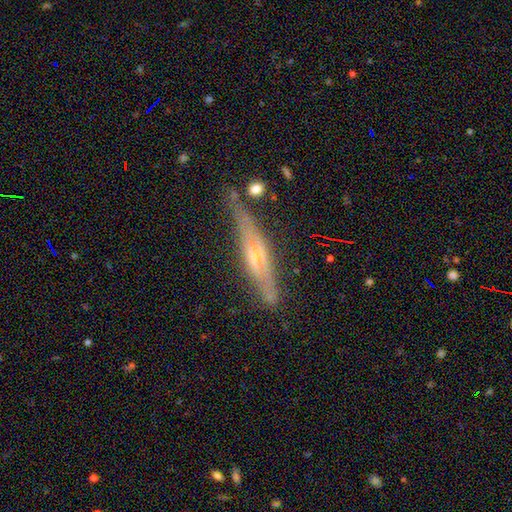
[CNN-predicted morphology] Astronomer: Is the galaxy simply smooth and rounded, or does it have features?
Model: featured or disk — 77%.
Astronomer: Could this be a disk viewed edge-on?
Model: yes — 90%.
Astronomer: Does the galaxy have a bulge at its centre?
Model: rounded — 71%.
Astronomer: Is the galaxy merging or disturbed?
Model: none — 74%.